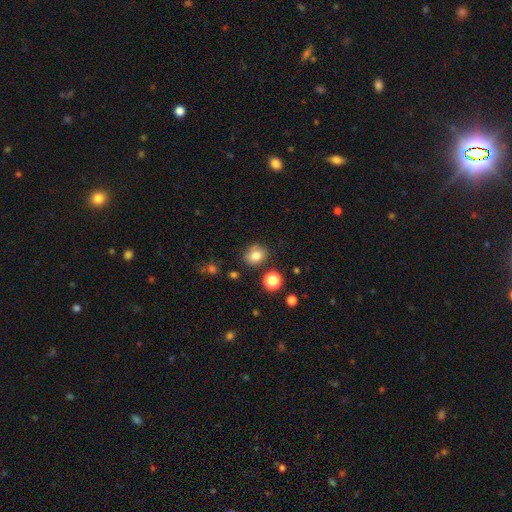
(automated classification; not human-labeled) A smooth galaxy with no disk features (80%) that is round (63%).

Vote fractions:
- Smooth or featured? smooth: 80% / star or artifact: 12% / featured or disk: 8%
- How rounded? round: 63% / in between: 36% / cigar-shaped: 1%
- Merging? none: 76% / minor disturbance: 16% / merger: 5% / major disturbance: 4%